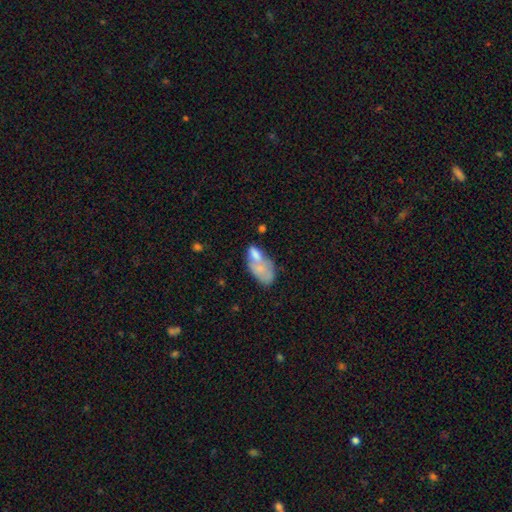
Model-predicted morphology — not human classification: The model was most divided on "merging": merger: 43%, none: 24%, minor disturbance: 17%, major disturbance: 16%. More confident: how rounded — in between (91%); smooth or featured — smooth (66%).